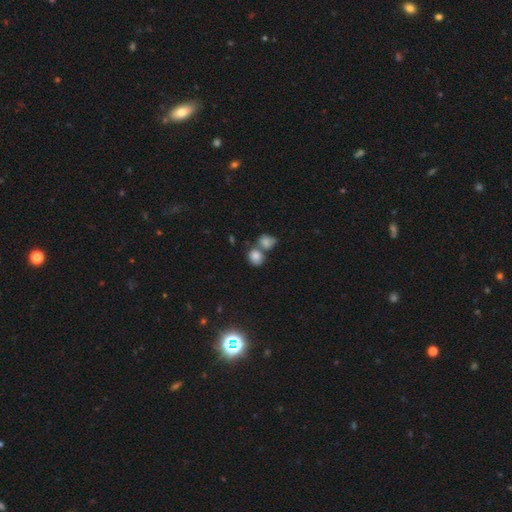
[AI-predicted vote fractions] This appears to be a smooth galaxy with no disk features (82%) that is round (68%). Merging: merger (49%).